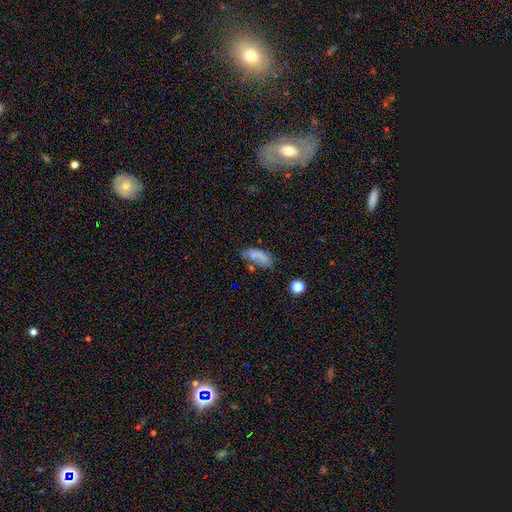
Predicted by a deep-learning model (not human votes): A smooth galaxy with no disk features (60%) that is in between round and cigar-shaped (69%). Merging: none (43%).